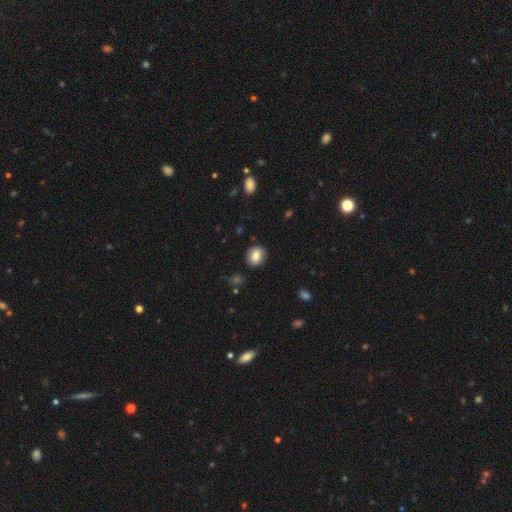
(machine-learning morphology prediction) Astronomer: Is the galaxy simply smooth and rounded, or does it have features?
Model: smooth — 80%.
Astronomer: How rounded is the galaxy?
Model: round — 54% (runner-up: in between, 44%).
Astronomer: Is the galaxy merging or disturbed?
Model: none — 87%.